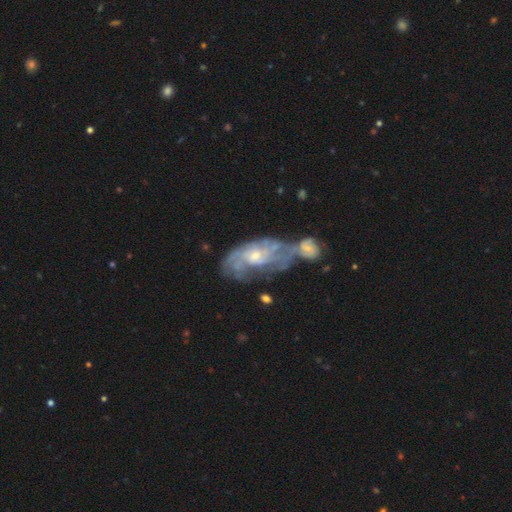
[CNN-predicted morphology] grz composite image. It shows a featured or disk galaxy (78%) with no bar (72%), tight (50%) spiral arms (82%) and a small central bulge (53%). Merging: merger (46%).